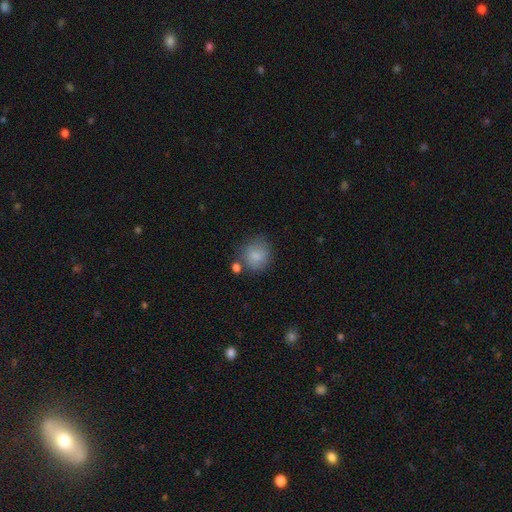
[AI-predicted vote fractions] A smooth galaxy with no disk features (84%) that is round (83%). Merging: none (68%).